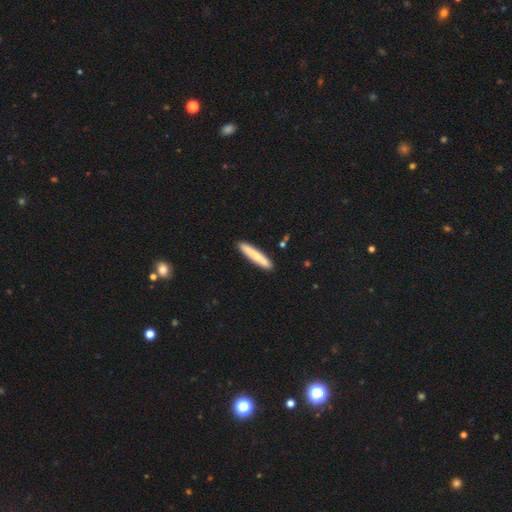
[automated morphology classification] Overall: smooth (75%). How rounded: cigar-shaped (93%). Merging: none (90%).